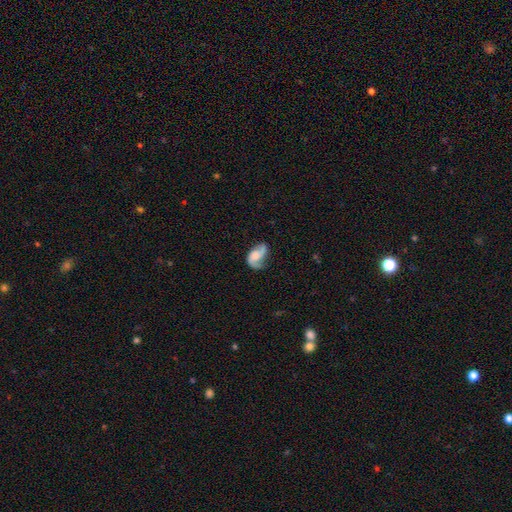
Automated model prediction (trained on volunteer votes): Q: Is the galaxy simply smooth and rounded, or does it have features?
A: featured or disk — 73%.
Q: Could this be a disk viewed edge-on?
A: no — 97%.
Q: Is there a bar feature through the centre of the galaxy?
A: no — 60%.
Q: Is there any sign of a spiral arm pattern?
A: yes — 93%.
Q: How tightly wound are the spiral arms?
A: loose — 53%.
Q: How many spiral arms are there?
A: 2 — 75%.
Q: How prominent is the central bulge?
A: moderate — 35%.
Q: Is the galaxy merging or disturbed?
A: none — 51%.